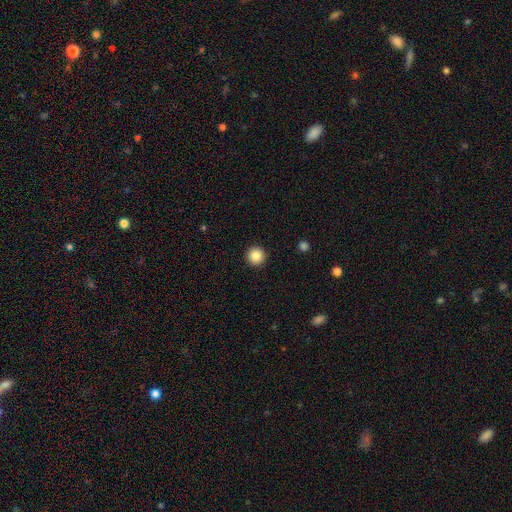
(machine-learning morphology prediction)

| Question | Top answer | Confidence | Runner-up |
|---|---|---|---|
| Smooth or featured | smooth | 86% | star or artifact (10%) |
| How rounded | round | 96% | in between (3%) |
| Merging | none | 93% | minor disturbance (4%) |